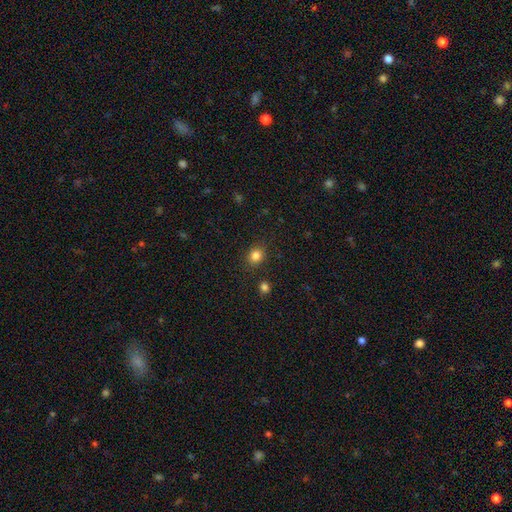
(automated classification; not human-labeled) The model was most divided on "how rounded": round: 61%, in between: 38%, cigar-shaped: 1%. More confident: merging — none (85%); smooth or featured — smooth (84%).